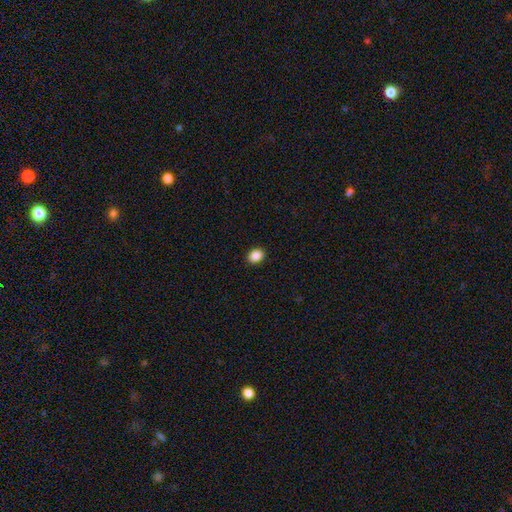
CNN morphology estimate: The model was most divided on "how rounded": in between: 55%, round: 44%, cigar-shaped: 1%. More confident: merging — none (91%); smooth or featured — smooth (88%).